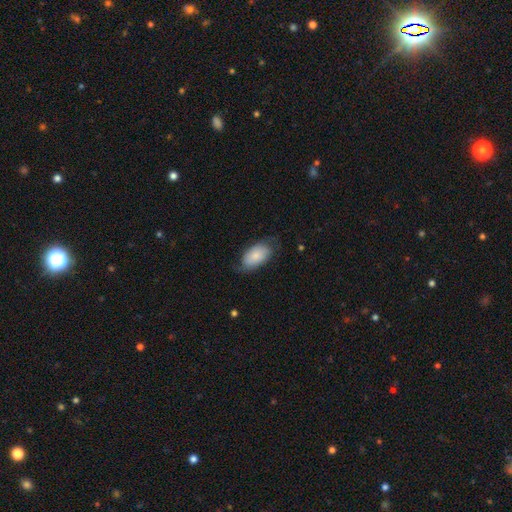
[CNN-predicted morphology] Q: Smooth or featured?
A: smooth (79%); runner-up: featured or disk (15%)
Q: How rounded?
A: in between (94%); runner-up: round (4%)
Q: Merging?
A: none (63%); runner-up: minor disturbance (27%)